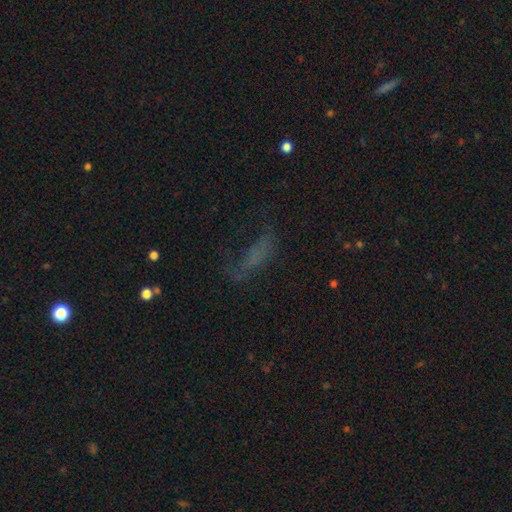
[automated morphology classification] Smooth or featured: smooth — 44% (star or artifact — 29%)
Merging: none — 43% (major disturbance — 31%)